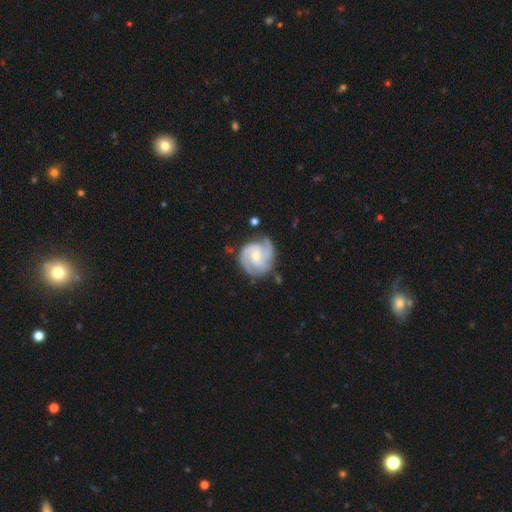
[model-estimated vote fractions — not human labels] A featured or disk galaxy (88%) with no bar (59%), 3 (54%) tight (50%) spiral arms (98%) and a small central bulge (49%).

Vote fractions:
- Smooth or featured? featured or disk: 88% / smooth: 8% / star or artifact: 4%
- Edge-on disk? no: 98% / yes: 2%
- Bar? no: 59% / weak: 34% / strong: 7%
- Spiral arms? yes: 98% / no: 2%
- Spiral winding? tight: 50% / medium: 42% / loose: 8%
- Spiral arm count? 3: 54% / 2: 24% / can't tell: 8% / 4: 7% / 1: 4% / more than 4: 3%
- Bulge size? small: 49% / moderate: 47% / large: 2% / none: 1% / dominant: 1%
- Merging? none: 73% / minor disturbance: 19% / major disturbance: 6% / merger: 2%